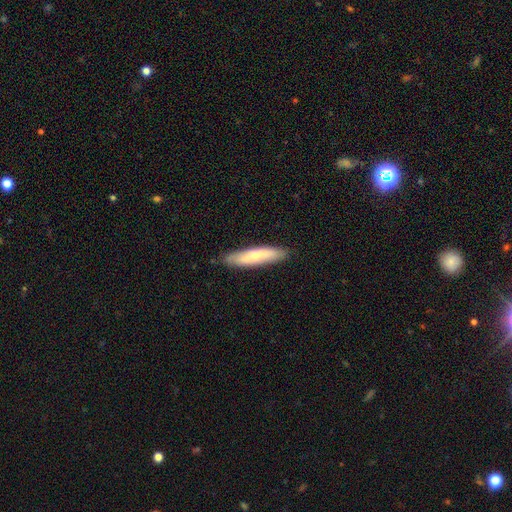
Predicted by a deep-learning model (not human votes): Smooth or featured?
  - smooth: 63% *
  - featured or disk: 31%
  - star or artifact: 5%
How rounded?
  - cigar-shaped: 81% *
  - in between: 18%
  - round: 1%
Merging?
  - none: 85% *
  - minor disturbance: 12%
  - major disturbance: 2%
  - merger: 1%